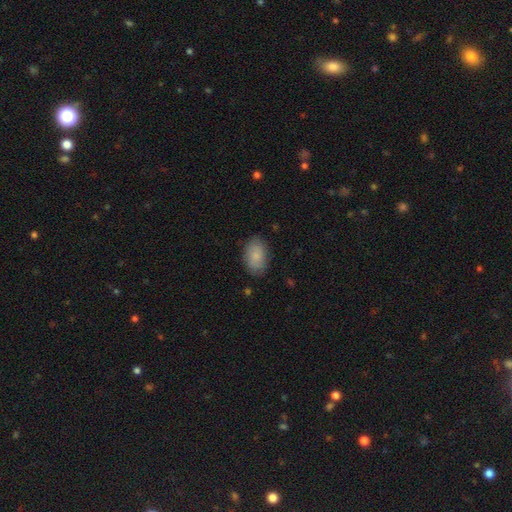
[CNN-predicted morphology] Smooth or featured?
  - smooth: 82% *
  - featured or disk: 11%
  - star or artifact: 7%
How rounded?
  - in between: 88% *
  - round: 11%
  - cigar-shaped: 1%
Merging?
  - none: 81% *
  - minor disturbance: 15%
  - major disturbance: 4%
  - merger: 1%